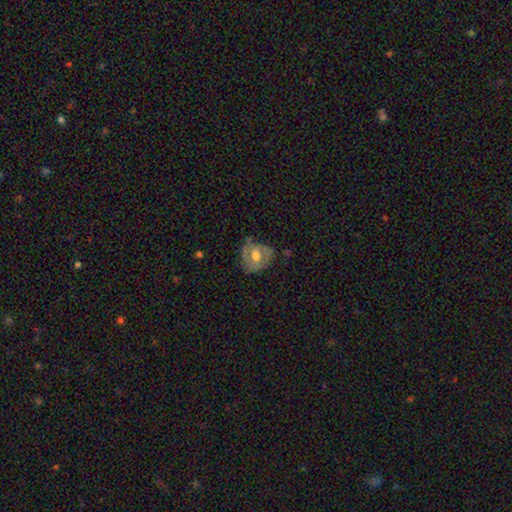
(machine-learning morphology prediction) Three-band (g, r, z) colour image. It shows a featured or disk galaxy (51%). Merging: none (48%).